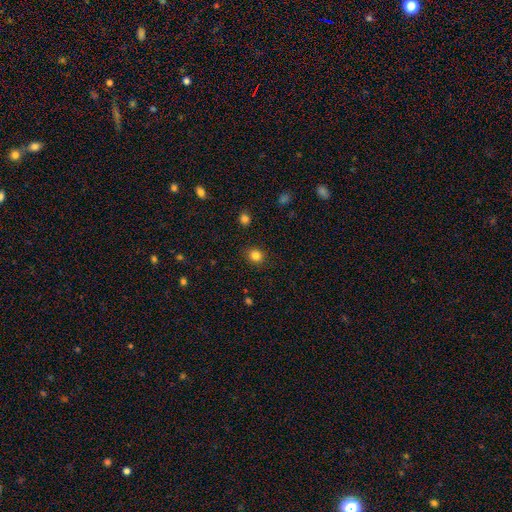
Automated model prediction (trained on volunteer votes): smooth-or-featured: smooth: 83% | star or artifact: 12% | featured or disk: 5%
  how-rounded: round: 78% | in between: 21% | cigar-shaped: 1%
  merging: none: 89% | minor disturbance: 7% | major disturbance: 2% | merger: 1%